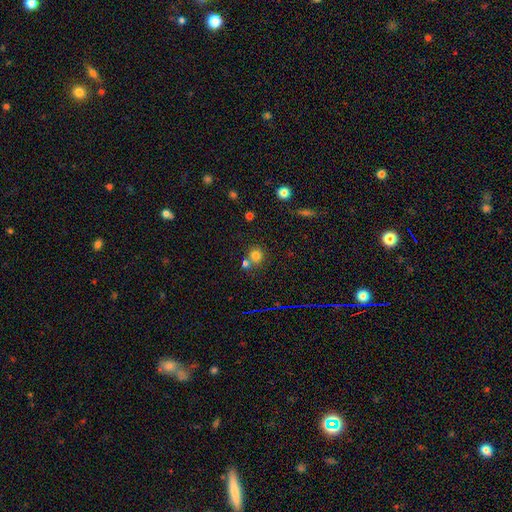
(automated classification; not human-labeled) This appears to be a smooth galaxy with no disk features (77%) that is round (86%). Merging: none (58%).